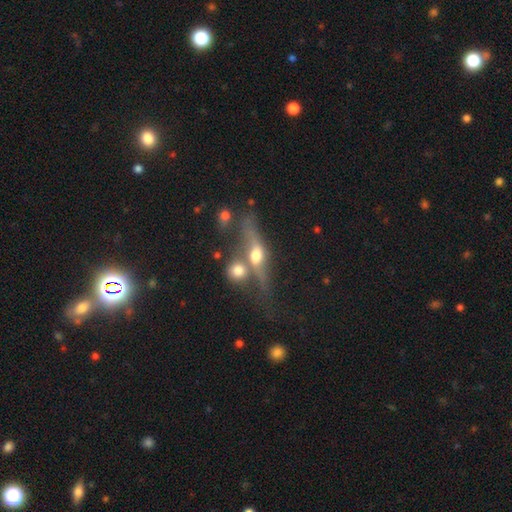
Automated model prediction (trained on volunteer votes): A featured or disk galaxy (58%) viewed edge-on (66%). Merging: merger (43%).